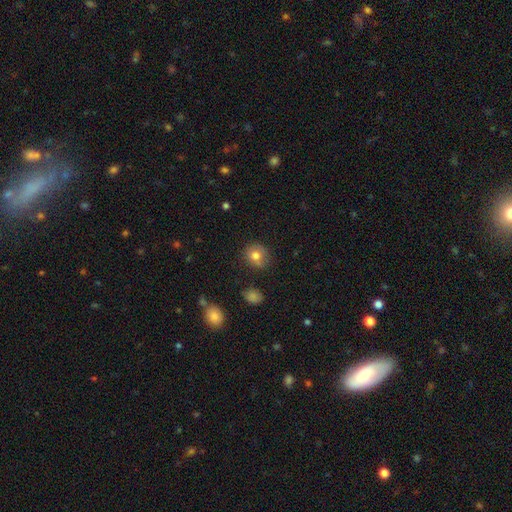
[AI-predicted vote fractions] Smooth or featured?
  - smooth: 79% *
  - featured or disk: 11%
  - star or artifact: 11%
How rounded?
  - round: 79% *
  - in between: 20%
  - cigar-shaped: 1%
Merging?
  - none: 73% *
  - minor disturbance: 19%
  - major disturbance: 5%
  - merger: 4%